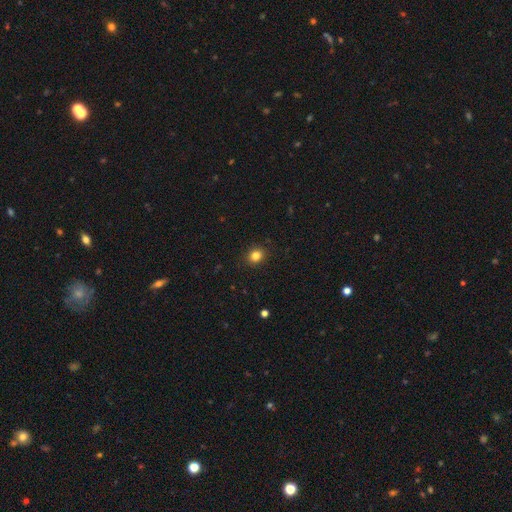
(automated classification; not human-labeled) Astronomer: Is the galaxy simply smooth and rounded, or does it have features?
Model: smooth — 83%.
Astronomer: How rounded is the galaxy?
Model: round — 67%.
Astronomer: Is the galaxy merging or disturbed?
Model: none — 90%.